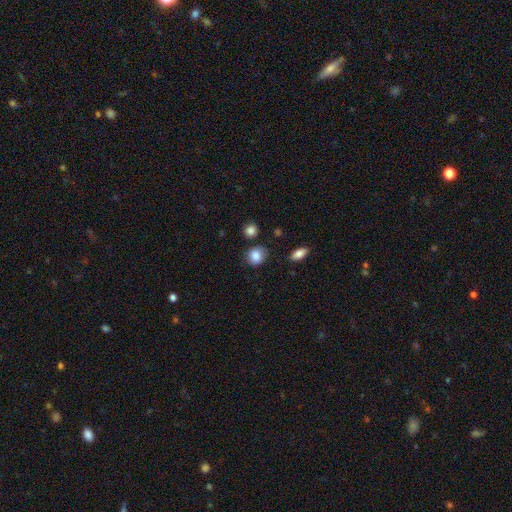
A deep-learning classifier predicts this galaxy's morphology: smooth_or_featured: smooth (p=0.84) [alt: star or artifact p=0.09]
how_rounded: round (p=0.71) [alt: in between p=0.28]
merging: none (p=0.79) [alt: minor disturbance p=0.14]